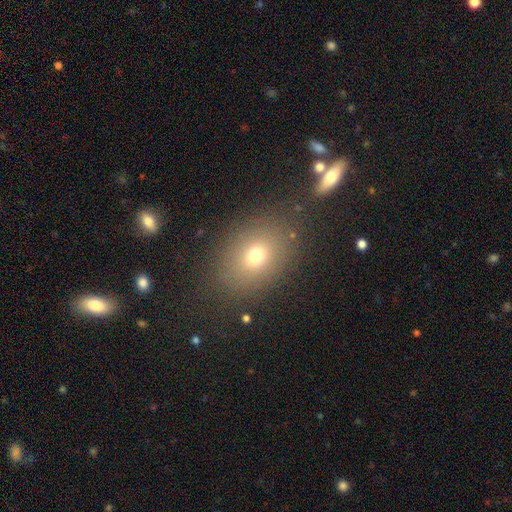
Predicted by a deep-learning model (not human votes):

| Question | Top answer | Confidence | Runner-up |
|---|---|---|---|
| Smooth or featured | smooth | 70% | star or artifact (16%) |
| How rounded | in between | 67% | round (32%) |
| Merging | none | 81% | minor disturbance (11%) |